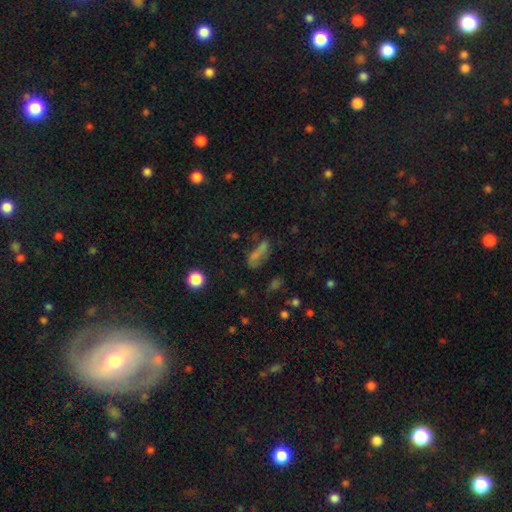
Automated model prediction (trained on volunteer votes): Smooth or featured?
  - smooth: 59% *
  - featured or disk: 21%
  - star or artifact: 20%
How rounded?
  - in between: 54% *
  - cigar-shaped: 38%
  - round: 8%
Merging?
  - none: 46% *
  - minor disturbance: 23%
  - major disturbance: 20%
  - merger: 11%